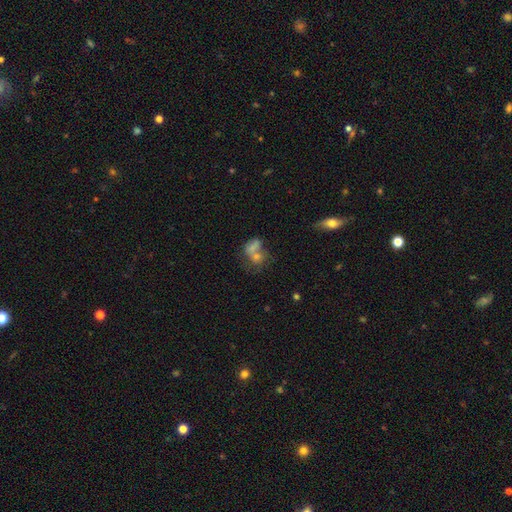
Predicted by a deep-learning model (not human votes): This is possibly a smooth galaxy (48%). Merging: marginally merger (44%).